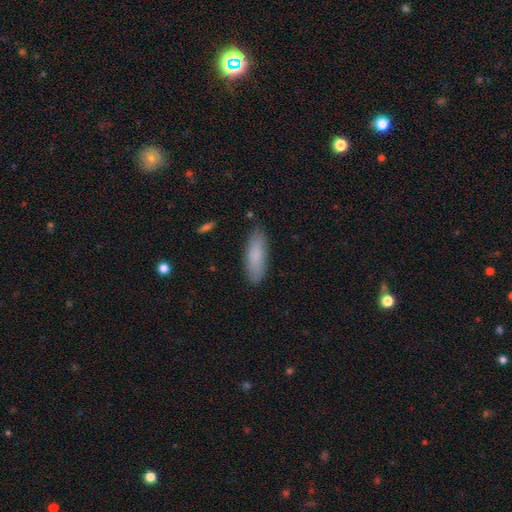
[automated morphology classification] The model was most divided on "how rounded" (2-way tie): cigar-shaped: 49%, in between: 49%, round: 2%. More confident: merging — none (84%); smooth or featured — smooth (84%).